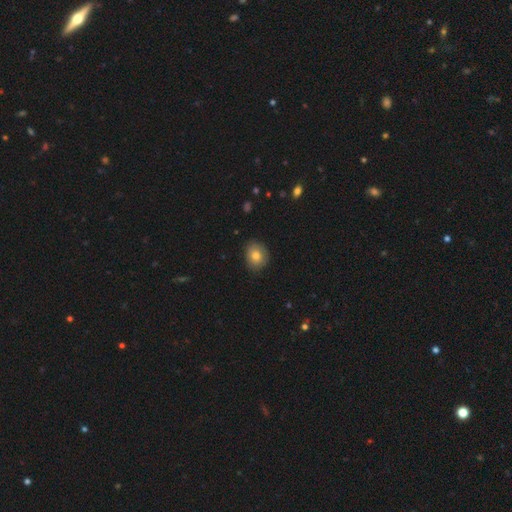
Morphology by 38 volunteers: Smooth or featured? smooth (87%)
How rounded? round (67%)
Merging? none (89%)